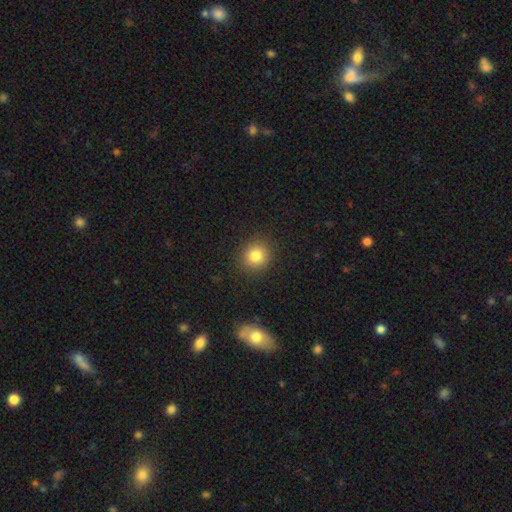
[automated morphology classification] smooth_or_featured: smooth (p=0.82) [alt: star or artifact p=0.11]
how_rounded: round (p=0.85) [alt: in between p=0.14]
merging: none (p=0.89) [alt: minor disturbance p=0.07]